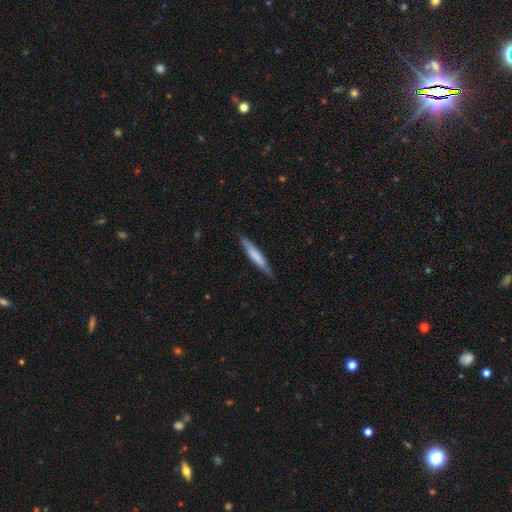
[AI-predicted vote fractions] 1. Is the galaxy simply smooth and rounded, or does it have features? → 65% smooth, 30% featured or disk, 5% star or artifact.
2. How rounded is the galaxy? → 92% cigar-shaped, 7% in between, 1% round.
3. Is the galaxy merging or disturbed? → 82% none, 15% minor disturbance, 2% major disturbance, 1% merger.